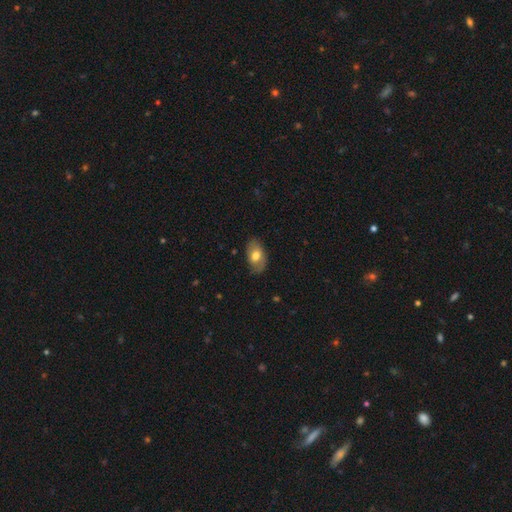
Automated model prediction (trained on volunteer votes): smooth-or-featured: smooth: 67% | featured or disk: 26% | star or artifact: 7%
  how-rounded: in between: 91% | round: 8% | cigar-shaped: 1%
  merging: none: 79% | minor disturbance: 16% | major disturbance: 3% | merger: 1%